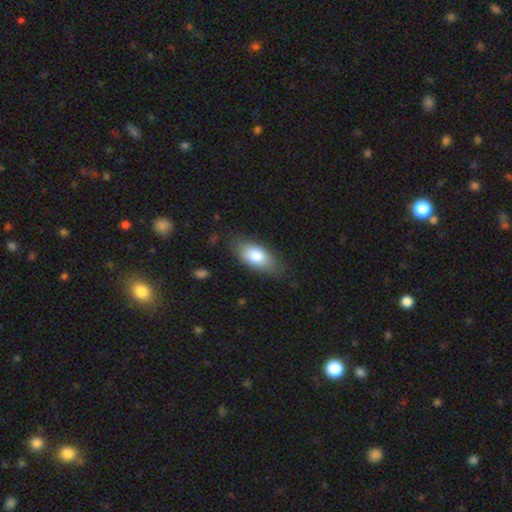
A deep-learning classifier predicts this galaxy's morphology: A smooth galaxy with no disk features (80%) that is in between round and cigar-shaped (88%).

Vote fractions:
- Smooth or featured? smooth: 80% / featured or disk: 14% / star or artifact: 6%
- How rounded? in between: 88% / cigar-shaped: 9% / round: 3%
- Merging? none: 77% / minor disturbance: 17% / major disturbance: 4% / merger: 1%